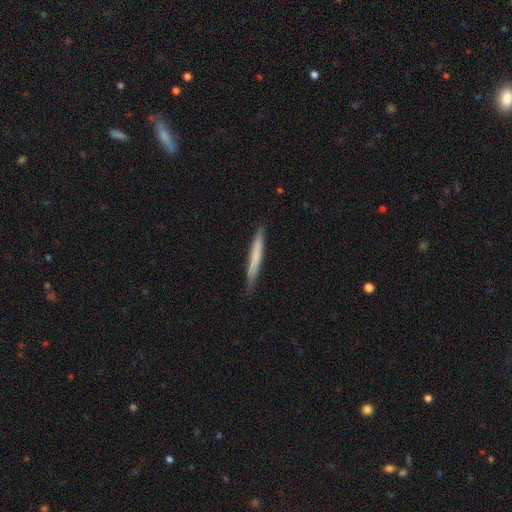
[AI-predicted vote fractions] Overall: smooth (63%; featured or disk 32%). How rounded: cigar-shaped (97%). Merging: none (87%).